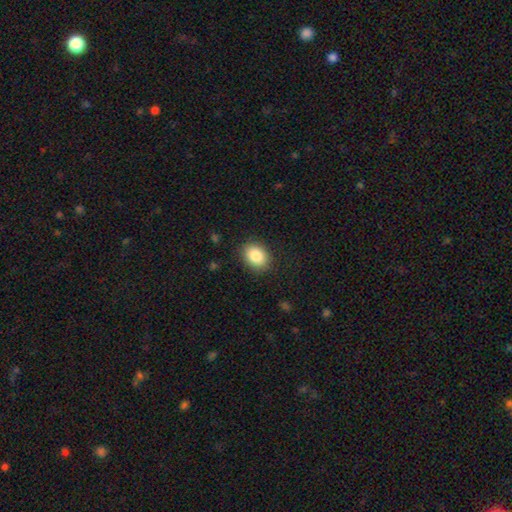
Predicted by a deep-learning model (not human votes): Overall: smooth (86%). How rounded: in between (62%; round 37%). Merging: none (87%).